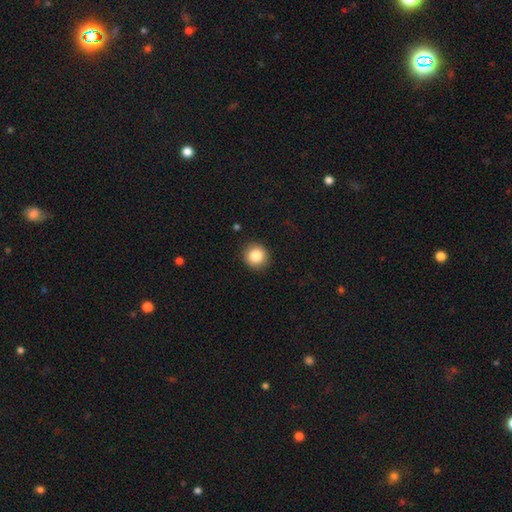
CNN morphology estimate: The model was most divided on "smooth or featured": smooth: 85%, star or artifact: 9%, featured or disk: 6%. More confident: how rounded — round (93%); merging — none (91%).